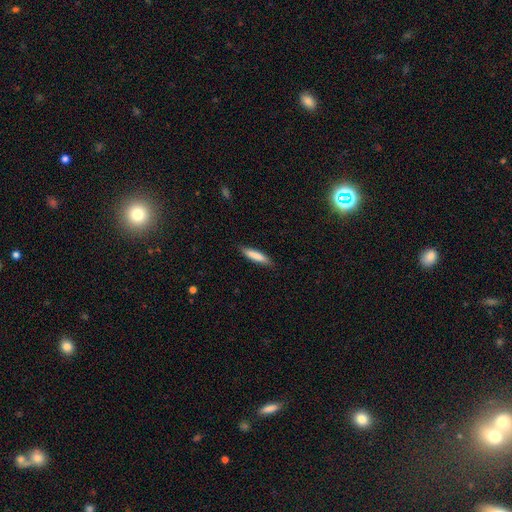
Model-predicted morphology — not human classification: Q: Smooth or featured?
A: smooth (82%); runner-up: featured or disk (12%)
Q: How rounded?
A: cigar-shaped (83%); runner-up: in between (15%)
Q: Merging?
A: none (84%); runner-up: minor disturbance (13%)